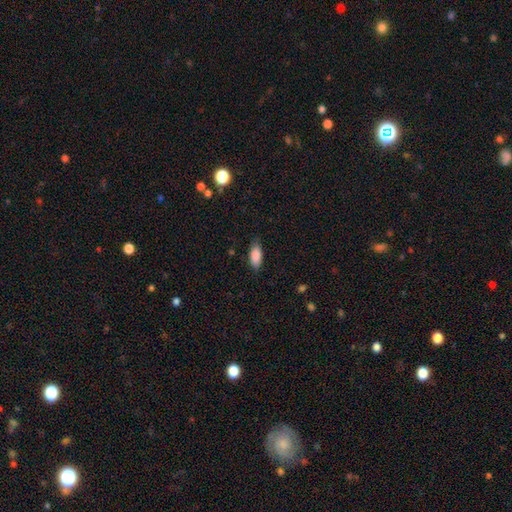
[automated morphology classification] type=smooth (87%); roundness=in between (86%); merging=none (81%).